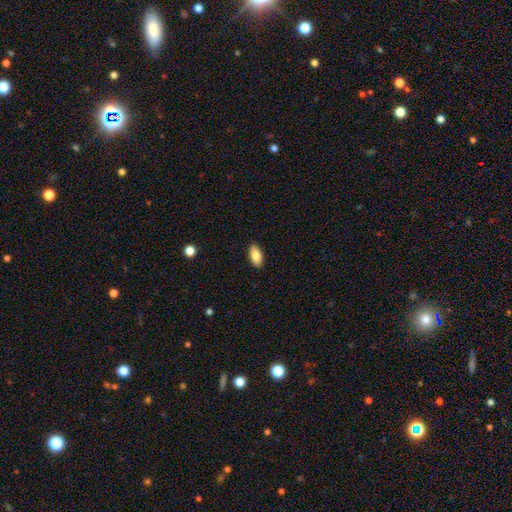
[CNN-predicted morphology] A smooth galaxy with no disk features (84%) that is in between round and cigar-shaped (92%). Merging: none (89%).